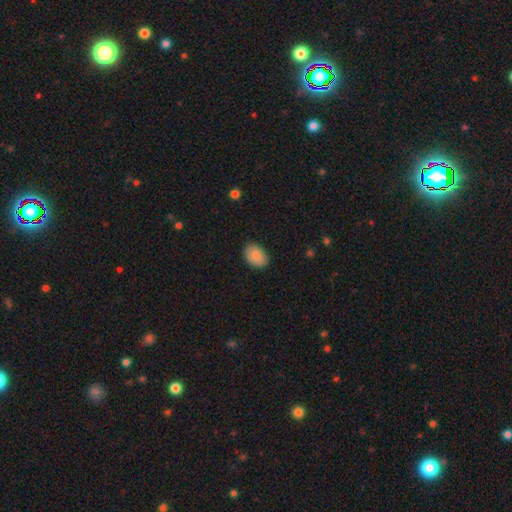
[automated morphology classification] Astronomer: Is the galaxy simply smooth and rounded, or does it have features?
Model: smooth — 86%.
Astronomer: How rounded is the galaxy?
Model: in between — 82%.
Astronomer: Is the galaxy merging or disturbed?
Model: none — 81%.